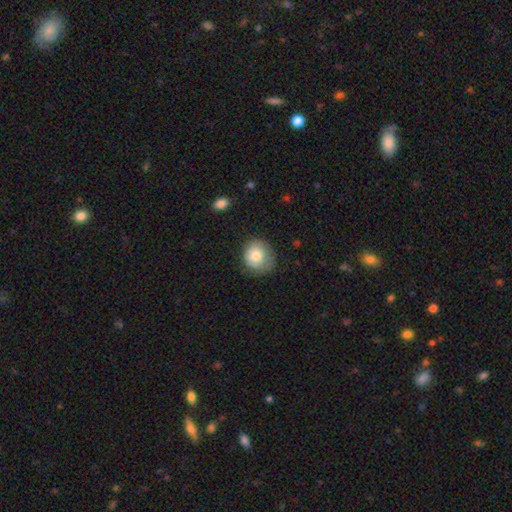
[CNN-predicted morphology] Q: Smooth or featured?
A: smooth (81%); runner-up: featured or disk (12%)
Q: How rounded?
A: round (74%); runner-up: in between (25%)
Q: Merging?
A: none (66%); runner-up: minor disturbance (25%)